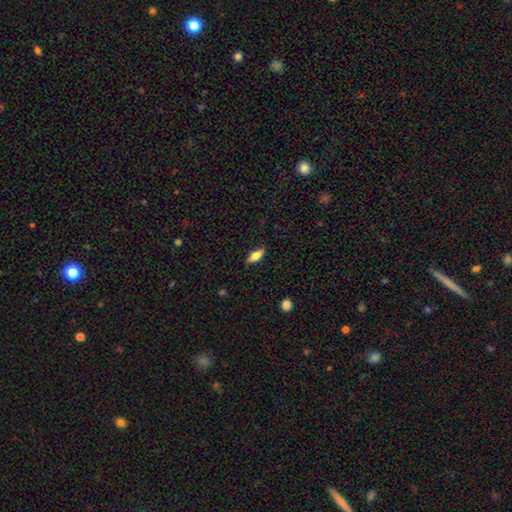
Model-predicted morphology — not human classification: Overall: smooth (62%; featured or disk 31%). How rounded: in between (64%; cigar-shaped 33%). Merging: none (85%).